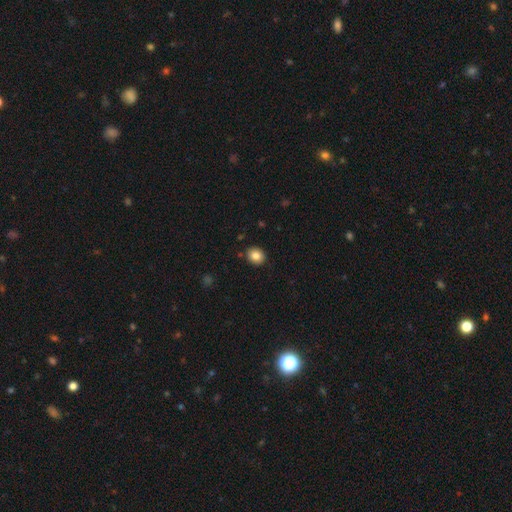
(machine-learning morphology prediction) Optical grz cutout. It shows a smooth galaxy with no disk features (84%) that is round (67%). Merging: none (89%).